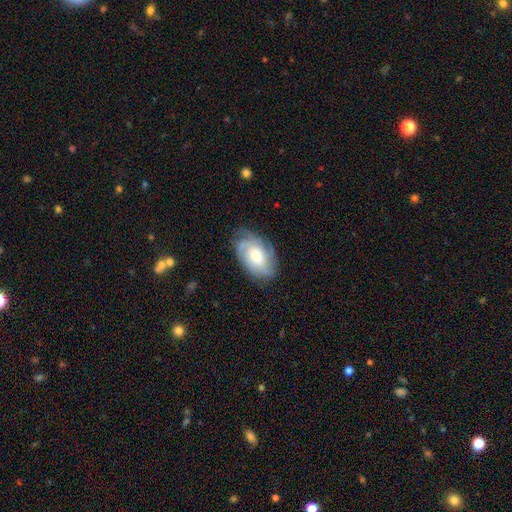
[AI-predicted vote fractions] Smooth or featured? featured or disk (66%)
Edge-on disk? no (95%)
Bar? no (70%)
Spiral arms? yes (91%)
Spiral winding? tight (56%)
Spiral arm count? can't tell (38%)
Bulge size? moderate (54%)
Merging? none (72%)